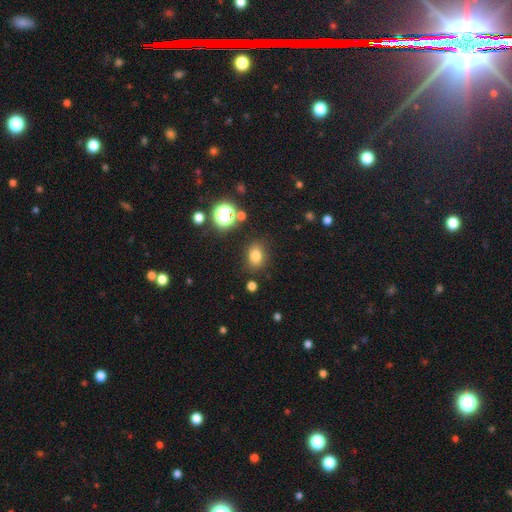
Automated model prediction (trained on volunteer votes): Overall: smooth (77%). How rounded: in between (57%; round 42%). Merging: none (83%).